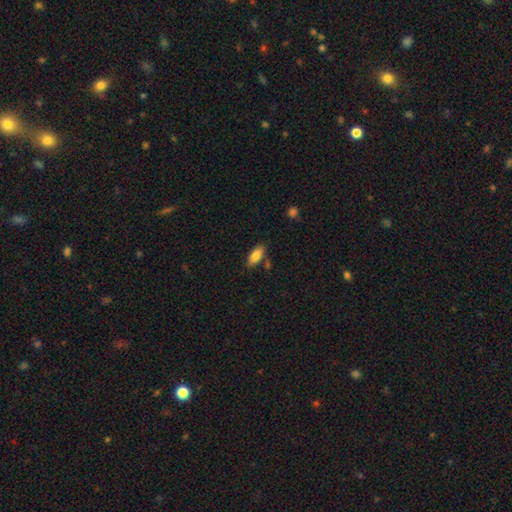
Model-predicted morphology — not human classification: This appears to be a smooth galaxy with no disk features (85%) that is in between round and cigar-shaped (82%). Merging: none (79%).